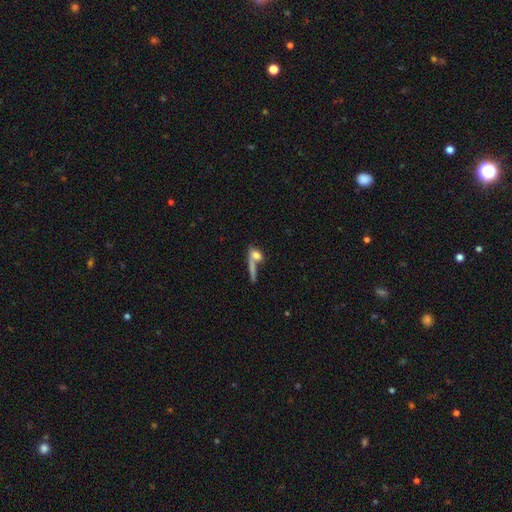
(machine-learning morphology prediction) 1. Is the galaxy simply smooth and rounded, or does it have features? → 65% smooth, 25% featured or disk, 10% star or artifact.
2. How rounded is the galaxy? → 48% in between, 36% cigar-shaped, 16% round.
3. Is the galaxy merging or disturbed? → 40% merger, 38% none, 11% minor disturbance, 11% major disturbance.